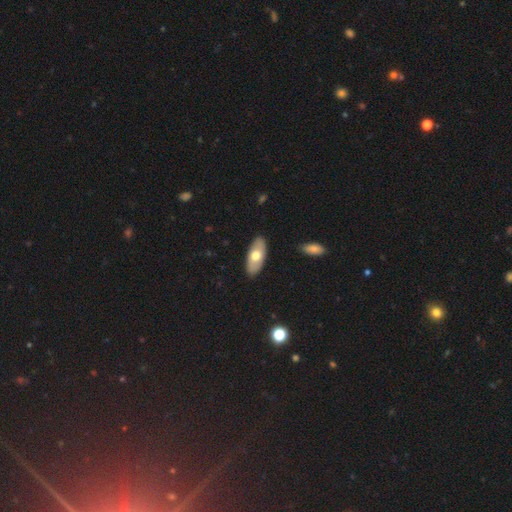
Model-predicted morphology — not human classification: A smooth galaxy with no disk features (61%) that is in between round and cigar-shaped (90%).

Vote fractions:
- Smooth or featured? smooth: 61% / featured or disk: 34% / star or artifact: 5%
- How rounded? in between: 90% / cigar-shaped: 8% / round: 3%
- Merging? none: 88% / minor disturbance: 9% / major disturbance: 2% / merger: 1%